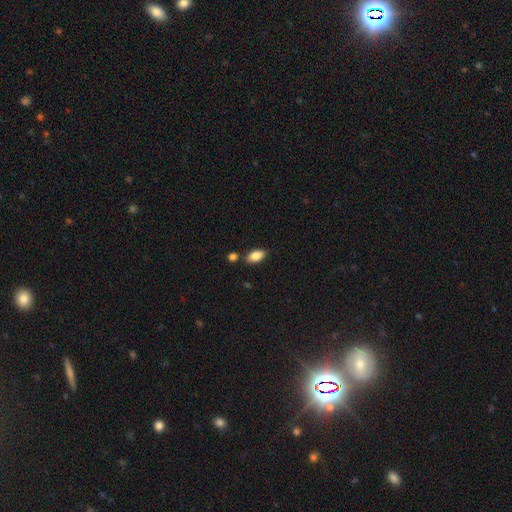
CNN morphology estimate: Q: Smooth or featured?
A: smooth (86%); runner-up: star or artifact (7%)
Q: How rounded?
A: in between (92%); runner-up: round (4%)
Q: Merging?
A: none (79%); runner-up: minor disturbance (11%)